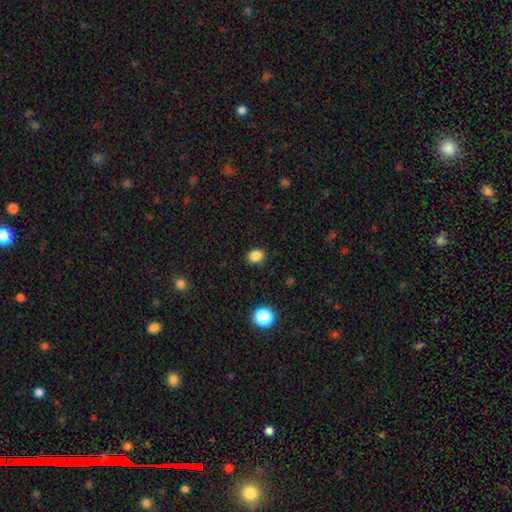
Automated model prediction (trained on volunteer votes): The model was most divided on "how rounded": in between: 61%, round: 38%, cigar-shaped: 1%. More confident: merging — none (87%); smooth or featured — smooth (85%).